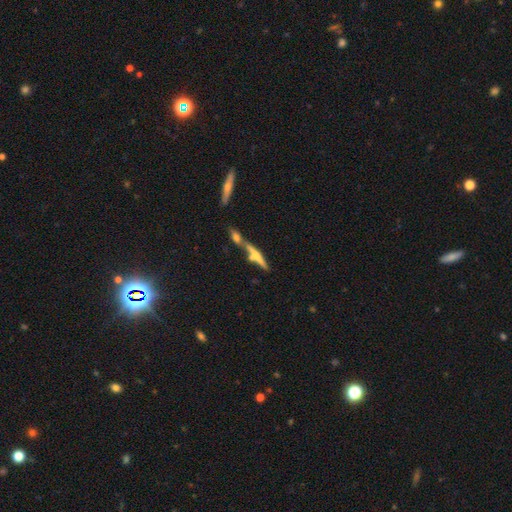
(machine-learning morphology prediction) smooth_or_featured: featured or disk (p=0.55) [alt: smooth p=0.36]
disk_edge_on: yes (p=0.89) [alt: no p=0.11]
merging: none (p=0.43) [alt: merger p=0.40]